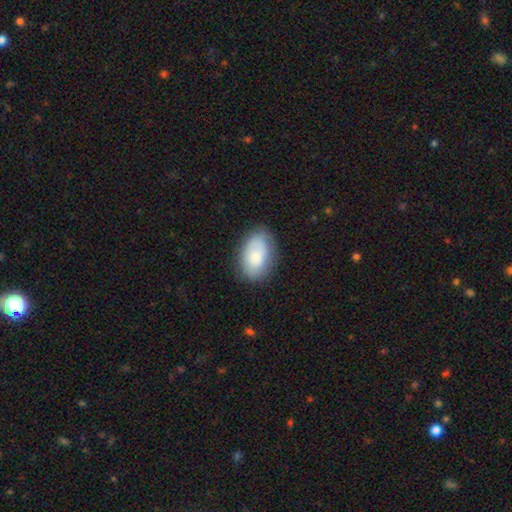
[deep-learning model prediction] Smooth or featured? smooth (79%)
How rounded? in between (91%)
Merging? none (79%)